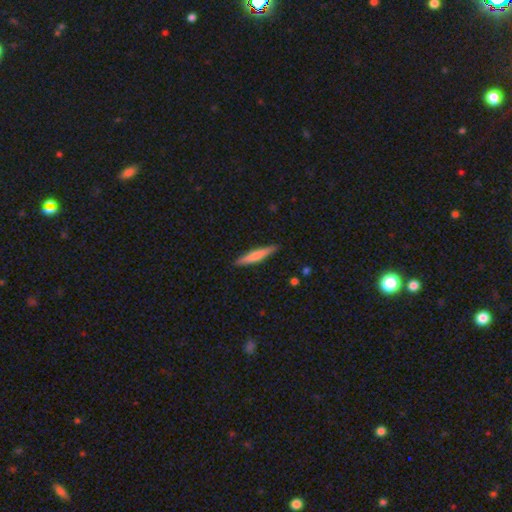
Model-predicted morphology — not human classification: The model was most divided on "smooth or featured": smooth: 62%, featured or disk: 33%, star or artifact: 5%. More confident: how rounded — cigar-shaped (92%); merging — none (90%).